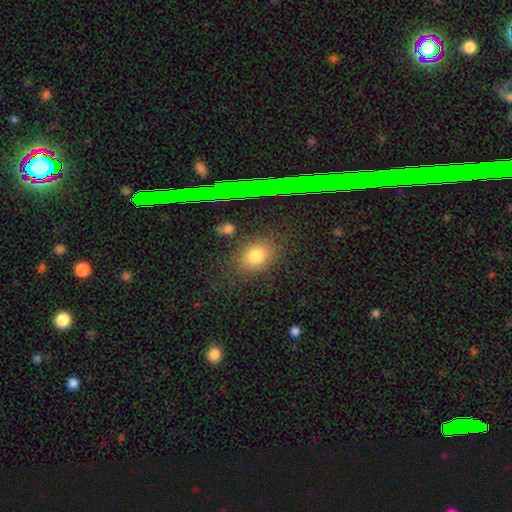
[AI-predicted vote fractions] Morphology: type=smooth (77%); roundness=in between (57%); merging=none (82%).